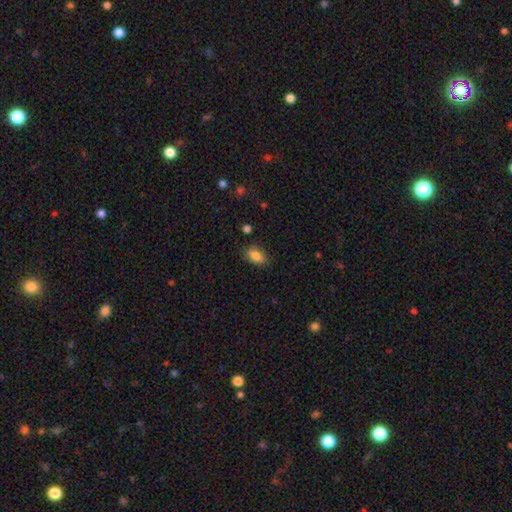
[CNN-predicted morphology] Smooth or featured? Predicted: smooth (p=0.83). How rounded? Predicted: in between (p=0.88). Merging? Predicted: none (p=0.81).